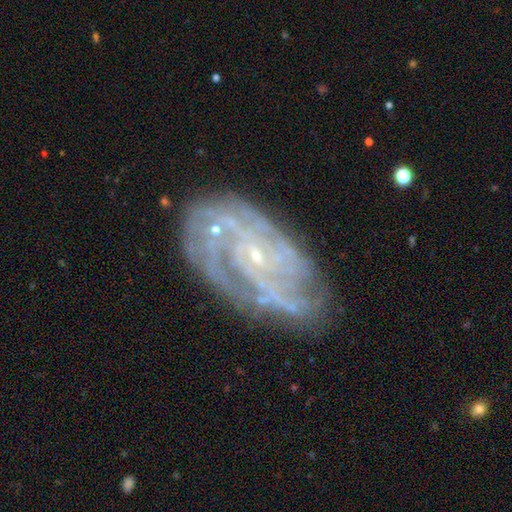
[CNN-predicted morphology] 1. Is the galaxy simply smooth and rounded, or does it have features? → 87% featured or disk, 7% star or artifact, 6% smooth.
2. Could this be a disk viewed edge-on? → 96% no, 4% yes.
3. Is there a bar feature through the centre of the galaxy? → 69% no, 24% weak, 8% strong.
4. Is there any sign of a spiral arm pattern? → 95% yes, 5% no.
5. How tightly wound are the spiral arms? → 63% tight, 30% medium, 7% loose.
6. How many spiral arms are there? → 27% can't tell, 20% 4, 19% 3, 15% 2, 10% more than 4, 8% 1.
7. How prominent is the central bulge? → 87% small, 7% moderate, 3% none, 1% large, 1% dominant.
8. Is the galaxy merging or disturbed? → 71% none, 19% minor disturbance, 8% major disturbance, 3% merger.